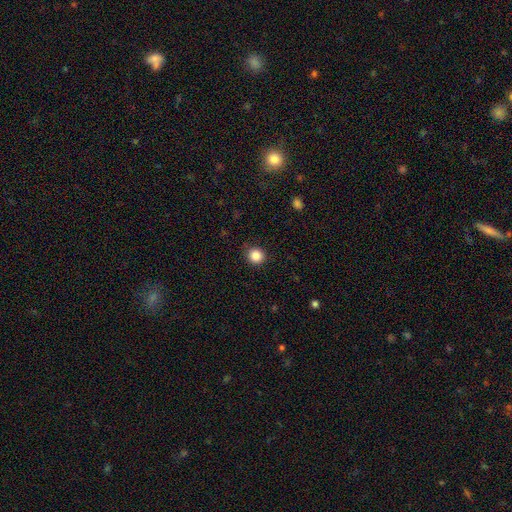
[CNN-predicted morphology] Overall: smooth (86%). How rounded: round (92%). Merging: none (89%).